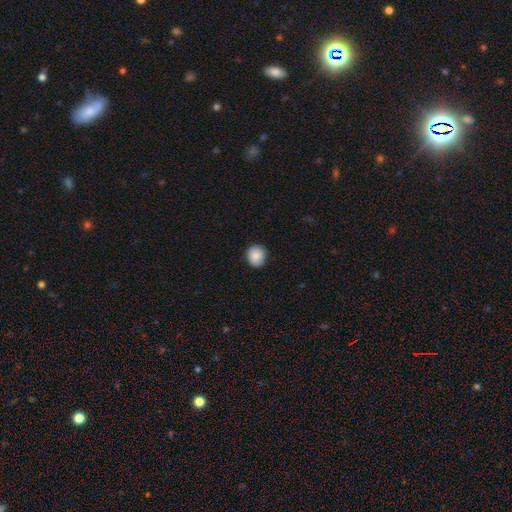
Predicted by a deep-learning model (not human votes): Smooth or featured?
  - smooth: 88% *
  - star or artifact: 8%
  - featured or disk: 4%
How rounded?
  - round: 82% *
  - in between: 17%
  - cigar-shaped: 1%
Merging?
  - none: 88% *
  - minor disturbance: 9%
  - major disturbance: 2%
  - merger: 1%